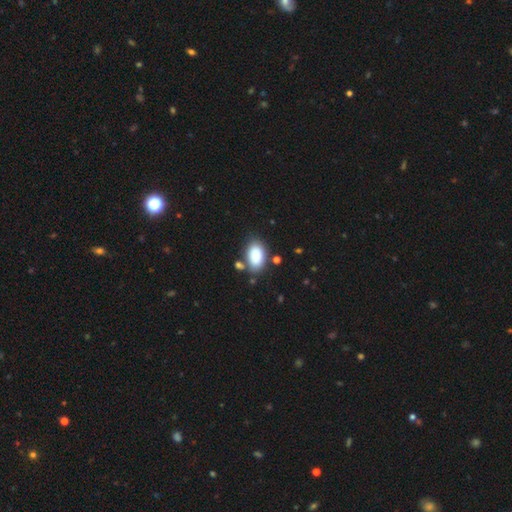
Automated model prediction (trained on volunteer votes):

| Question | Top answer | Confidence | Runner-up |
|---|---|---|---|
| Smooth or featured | smooth | 88% | star or artifact (7%) |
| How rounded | in between | 92% | round (7%) |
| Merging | none | 70% | minor disturbance (15%) |